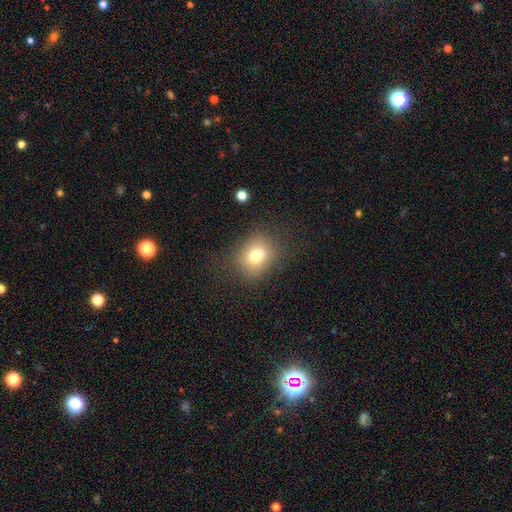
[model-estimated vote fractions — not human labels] This appears to be a smooth galaxy with no disk features (74%) that is round (55%). Merging: none (77%).